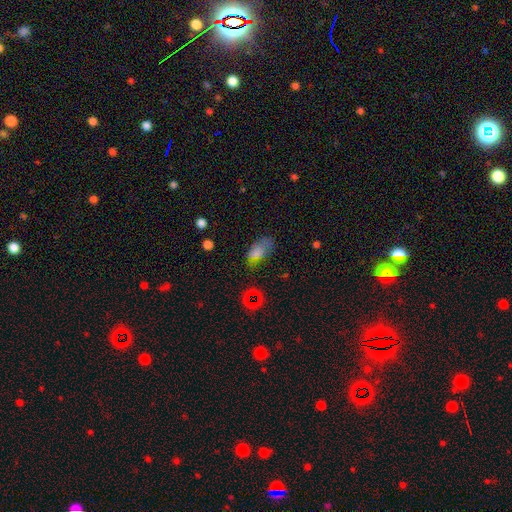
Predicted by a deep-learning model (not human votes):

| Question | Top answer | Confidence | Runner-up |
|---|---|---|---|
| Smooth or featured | smooth | 63% | star or artifact (21%) |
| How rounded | in between | 84% | cigar-shaped (8%) |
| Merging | none | 46% | minor disturbance (29%) |